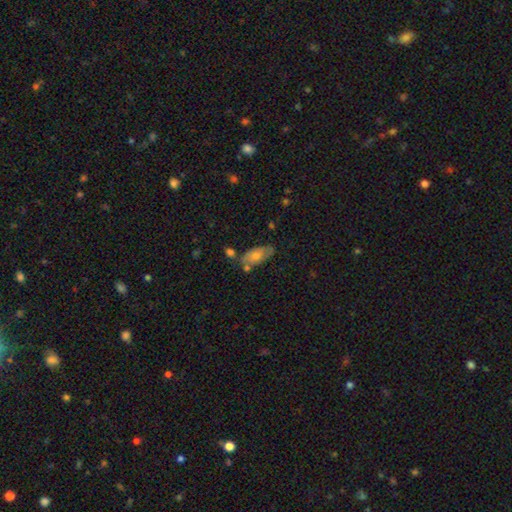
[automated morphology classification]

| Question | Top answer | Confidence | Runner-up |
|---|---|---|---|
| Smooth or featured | smooth | 56% | featured or disk (35%) |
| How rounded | in between | 86% | cigar-shaped (10%) |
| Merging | none | 61% | minor disturbance (21%) |